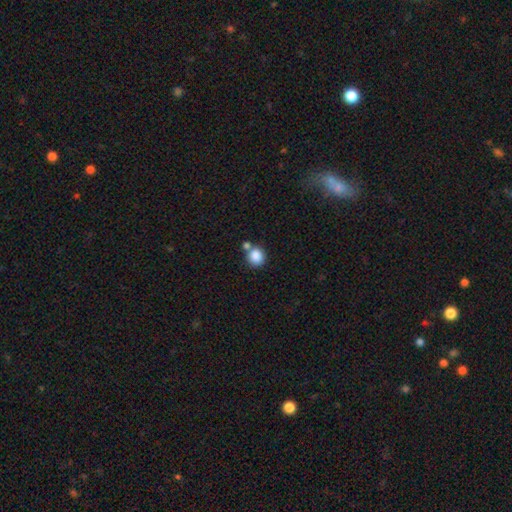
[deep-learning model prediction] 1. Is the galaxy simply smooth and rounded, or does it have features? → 86% smooth, 9% star or artifact, 5% featured or disk.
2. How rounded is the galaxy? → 85% round, 14% in between, 1% cigar-shaped.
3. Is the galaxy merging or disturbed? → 60% none, 27% merger, 10% minor disturbance, 3% major disturbance.